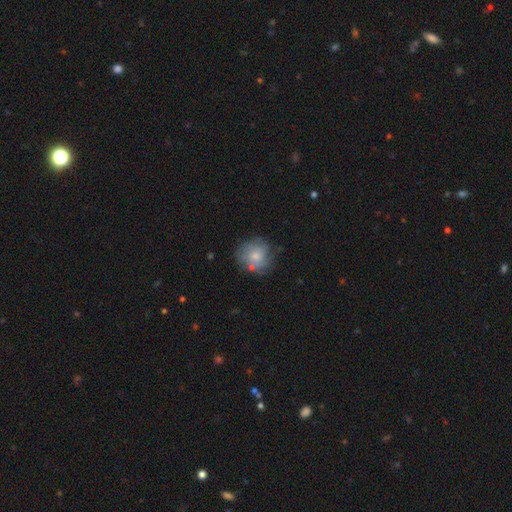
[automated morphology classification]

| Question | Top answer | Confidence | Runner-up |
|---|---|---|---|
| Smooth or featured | smooth | 60% | featured or disk (32%) |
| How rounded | round | 83% | in between (16%) |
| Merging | none | 63% | minor disturbance (23%) |